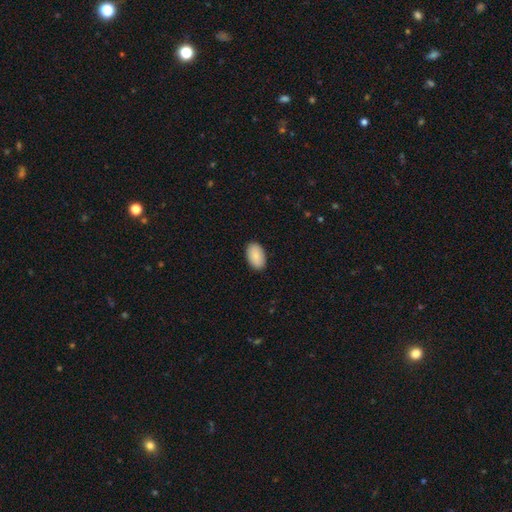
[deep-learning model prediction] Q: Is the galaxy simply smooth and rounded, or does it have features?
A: smooth — 89%.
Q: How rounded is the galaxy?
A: in between — 94%.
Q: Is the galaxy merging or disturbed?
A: none — 90%.